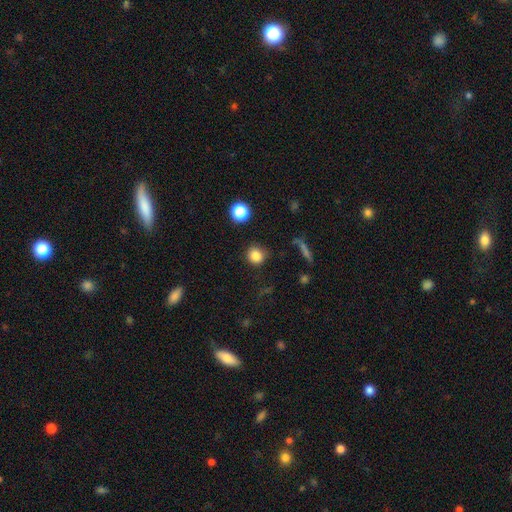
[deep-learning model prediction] The model was most divided on "smooth or featured": smooth: 83%, star or artifact: 12%, featured or disk: 5%. More confident: how rounded — round (88%); merging — none (85%).